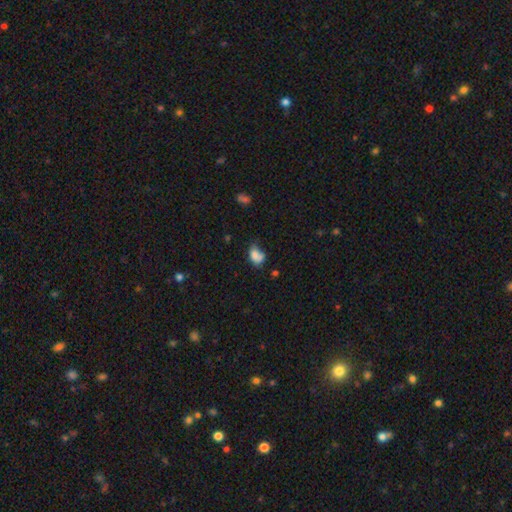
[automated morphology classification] Smooth or featured? smooth (74%)
How rounded? in between (78%)
Merging? none (30%)